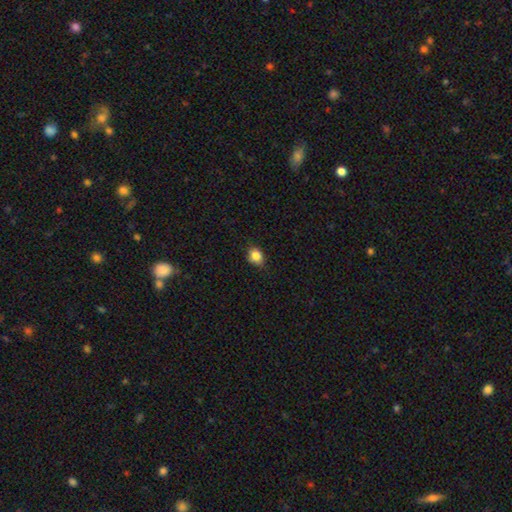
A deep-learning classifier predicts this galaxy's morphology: smooth 83%, star or artifact 10%, featured or disk 6%. Down the decision tree: how rounded — round (58%); merging — none (78%).